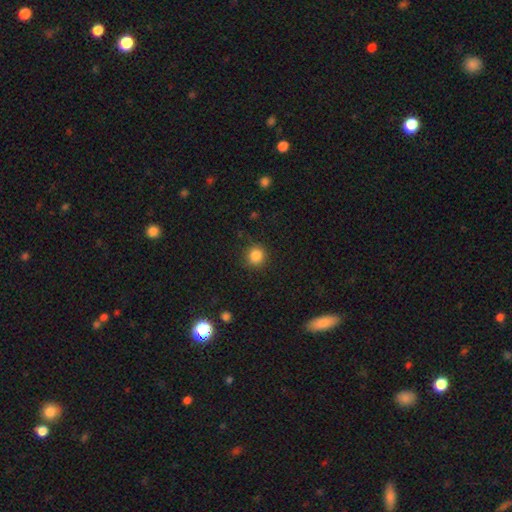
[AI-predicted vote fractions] Smooth or featured?
  - smooth: 85% *
  - star or artifact: 11%
  - featured or disk: 4%
How rounded?
  - round: 90% *
  - in between: 9%
  - cigar-shaped: 1%
Merging?
  - none: 89% *
  - minor disturbance: 8%
  - major disturbance: 3%
  - merger: 1%